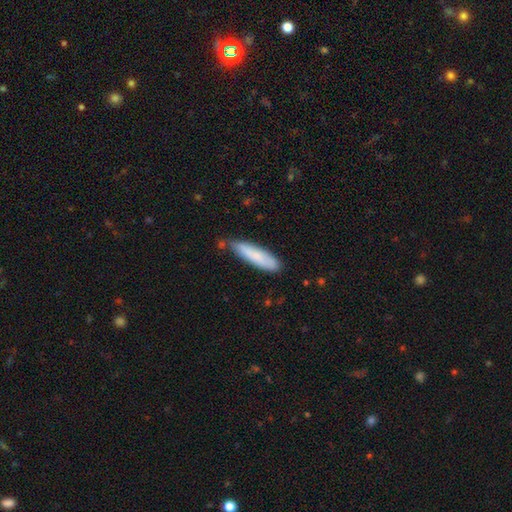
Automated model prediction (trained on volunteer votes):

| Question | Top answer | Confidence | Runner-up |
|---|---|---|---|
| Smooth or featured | smooth | 79% | featured or disk (15%) |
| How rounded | cigar-shaped | 74% | in between (25%) |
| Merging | none | 69% | minor disturbance (24%) |